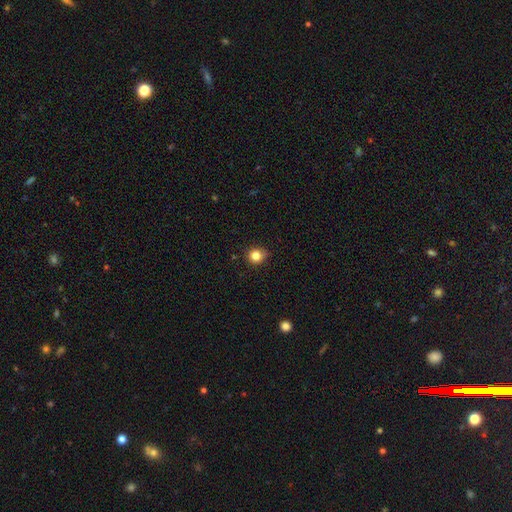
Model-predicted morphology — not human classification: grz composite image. It shows a smooth galaxy with no disk features (83%) that is round (88%). Merging: none (81%).